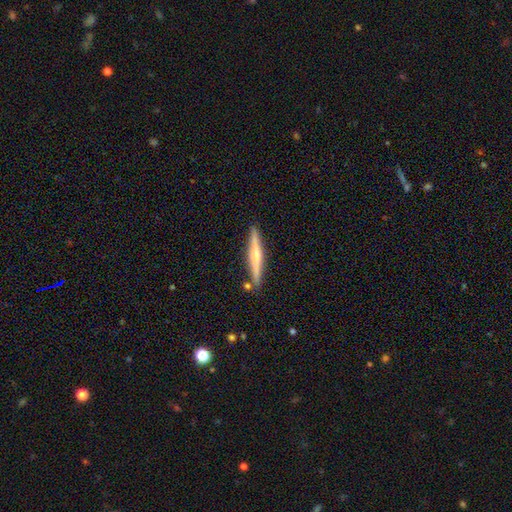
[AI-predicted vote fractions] Smooth or featured: featured or disk — 56% (smooth — 38%)
Edge-on disk: yes — 97% (no — 3%)
Edge-on bulge: rounded — 59% (none — 27%)
Merging: none — 86% (minor disturbance — 9%)